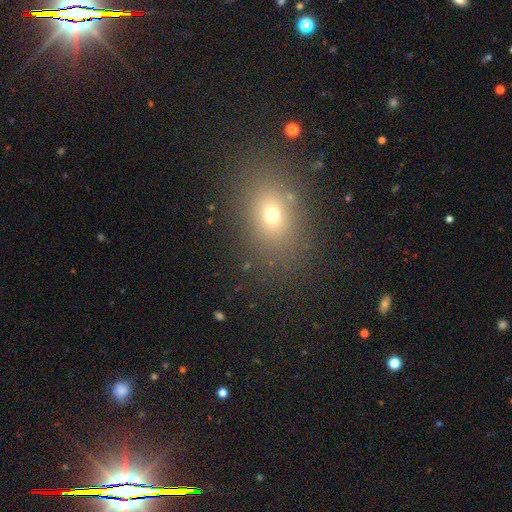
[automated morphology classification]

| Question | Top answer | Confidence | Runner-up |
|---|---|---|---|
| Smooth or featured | smooth | 53% | star or artifact (36%) |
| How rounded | in between | 66% | round (31%) |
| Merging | none | 86% | minor disturbance (8%) |